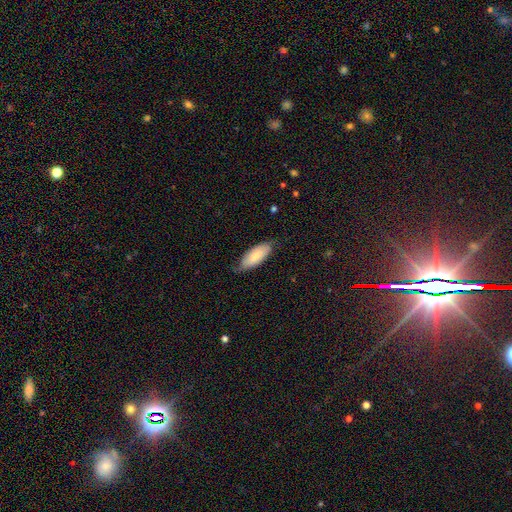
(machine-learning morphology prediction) Smooth or featured: smooth — 78% (featured or disk — 16%)
How rounded: in between — 83% (cigar-shaped — 15%)
Merging: none — 67% (minor disturbance — 27%)